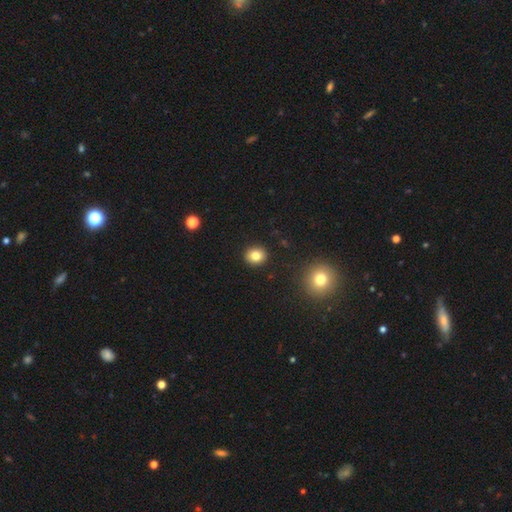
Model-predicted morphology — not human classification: This is clearly a smooth galaxy (82%). How rounded: likely round (77%). Merging: clearly none (92%).